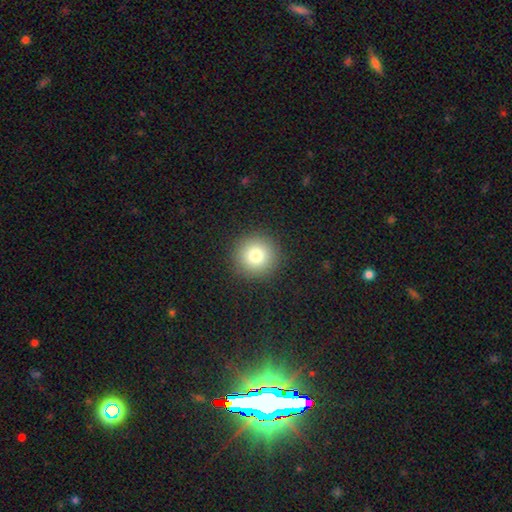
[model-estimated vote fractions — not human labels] smooth-or-featured: smooth: 80% | star or artifact: 12% | featured or disk: 8%
  how-rounded: round: 95% | in between: 4% | cigar-shaped: 1%
  merging: none: 92% | minor disturbance: 5% | major disturbance: 2% | merger: 1%